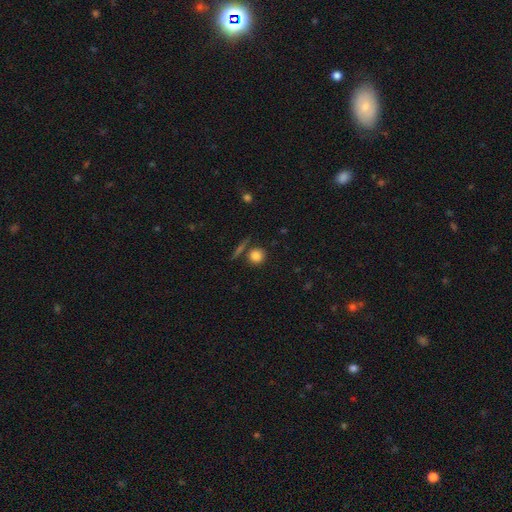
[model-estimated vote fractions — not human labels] Smooth or featured? smooth (82%)
How rounded? round (89%)
Merging? none (77%)